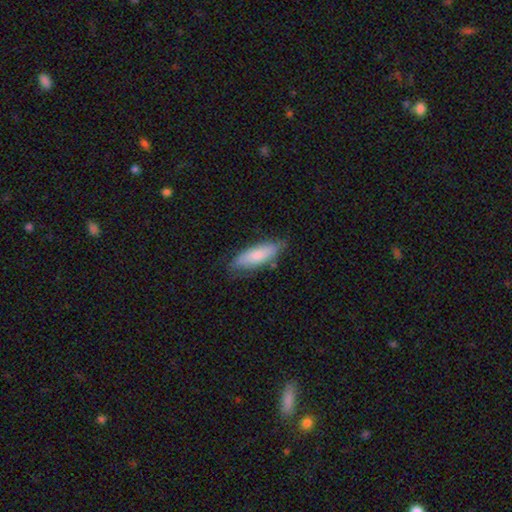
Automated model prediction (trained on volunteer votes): Overall: smooth (73%). How rounded: in between (61%; cigar-shaped 37%). Merging: none (73%).